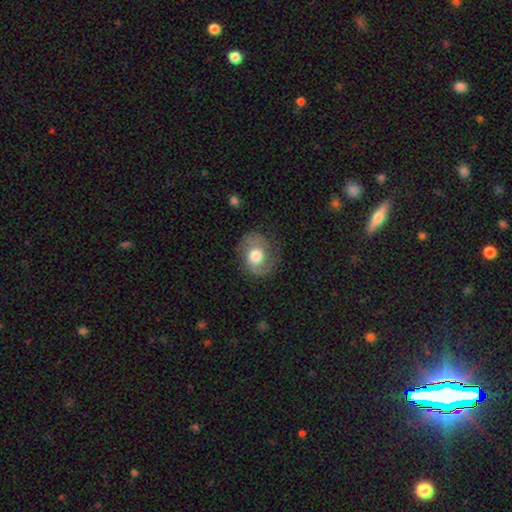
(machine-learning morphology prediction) A featured or disk galaxy (53%) with no bar (72%), spiral arms (80%) and a moderate central bulge (51%). Merging: none (68%).